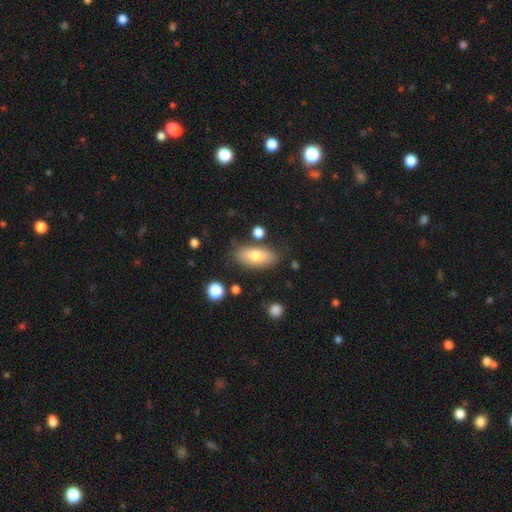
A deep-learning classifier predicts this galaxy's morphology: smooth 77%, featured or disk 16%, star or artifact 7%. Down the decision tree: how rounded — in between (87%); merging — none (78%).